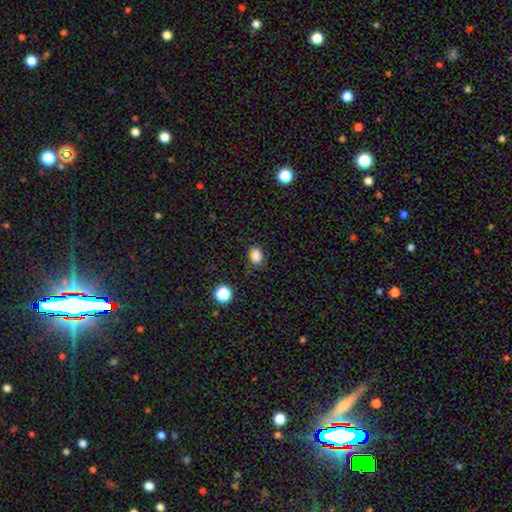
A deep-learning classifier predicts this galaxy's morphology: Smooth or featured?
  - smooth: 83% *
  - star or artifact: 12%
  - featured or disk: 4%
How rounded?
  - in between: 75% *
  - round: 24%
  - cigar-shaped: 1%
Merging?
  - none: 78% *
  - minor disturbance: 16%
  - major disturbance: 4%
  - merger: 2%